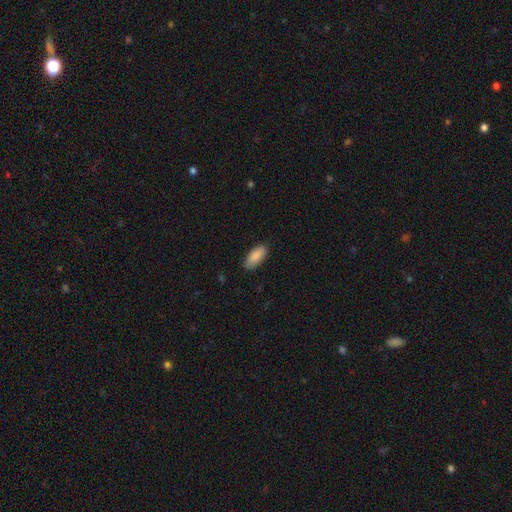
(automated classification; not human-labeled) Smooth or featured? smooth (88%)
How rounded? in between (87%)
Merging? none (85%)